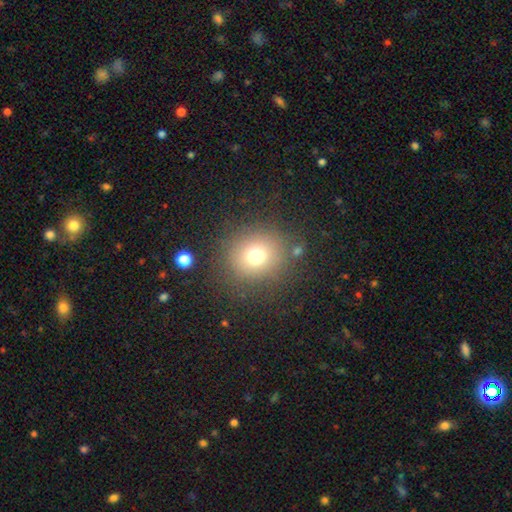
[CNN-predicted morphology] This is likely a smooth galaxy (72%). How rounded: clearly round (88%). Merging: clearly none (82%).